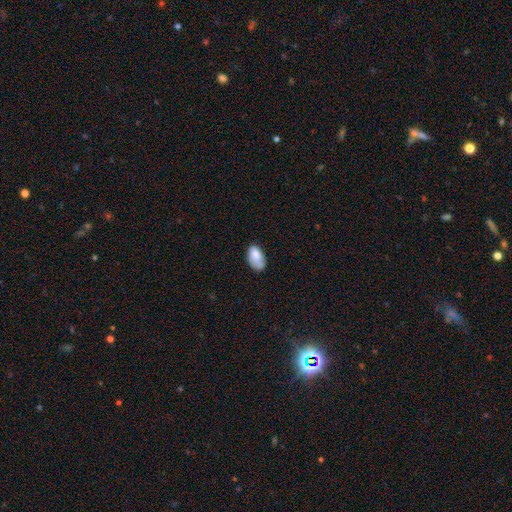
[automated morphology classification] smooth-or-featured: smooth: 79% | featured or disk: 13% | star or artifact: 7%
  how-rounded: in between: 93% | round: 6% | cigar-shaped: 2%
  merging: none: 55% | minor disturbance: 31% | major disturbance: 10% | merger: 4%